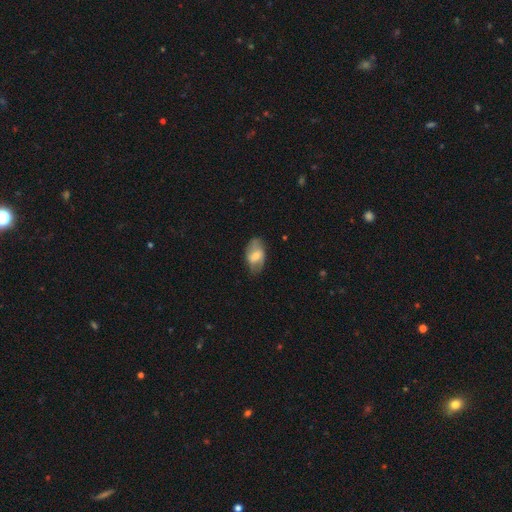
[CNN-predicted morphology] The model was most divided on "smooth or featured": featured or disk: 47%, smooth: 46%, star or artifact: 7%. More confident: merging — none (71%).